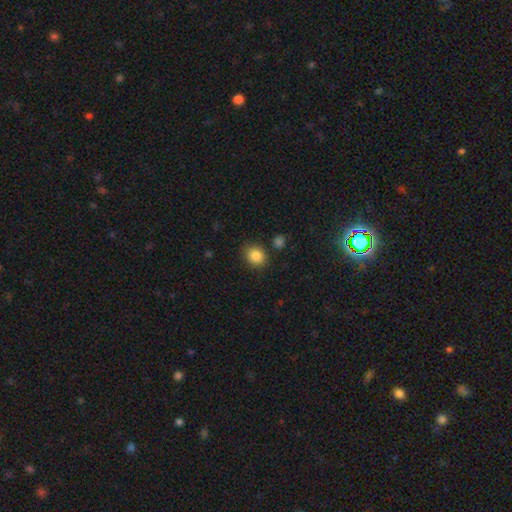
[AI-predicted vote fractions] smooth-or-featured: smooth: 86% | star or artifact: 9% | featured or disk: 4%
  how-rounded: round: 66% | in between: 33% | cigar-shaped: 1%
  merging: none: 82% | minor disturbance: 11% | merger: 4% | major disturbance: 3%